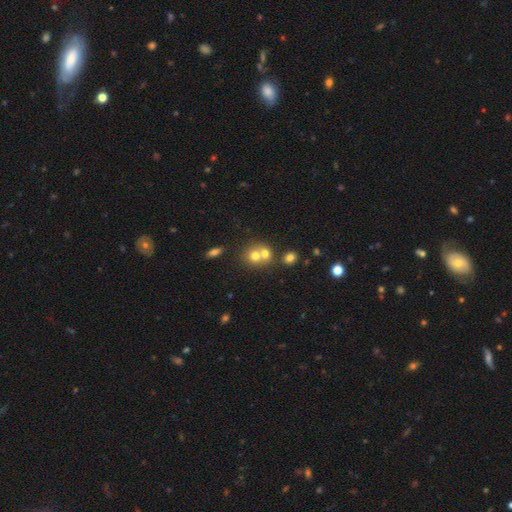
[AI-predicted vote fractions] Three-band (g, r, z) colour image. It shows a smooth galaxy with no disk features (70%) that is round (76%). Merging: merger (59%).